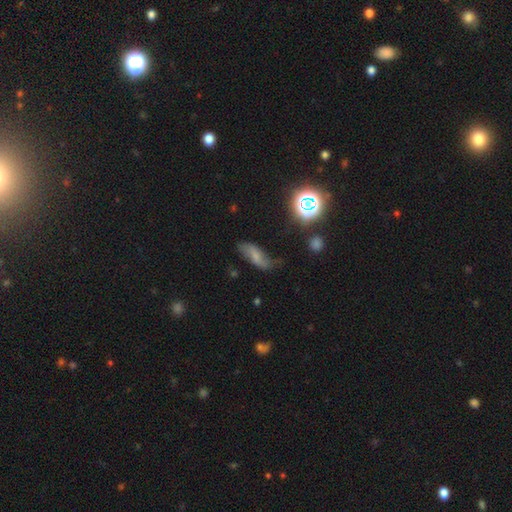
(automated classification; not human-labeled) Smooth or featured? smooth (49%)
Merging? none (55%)